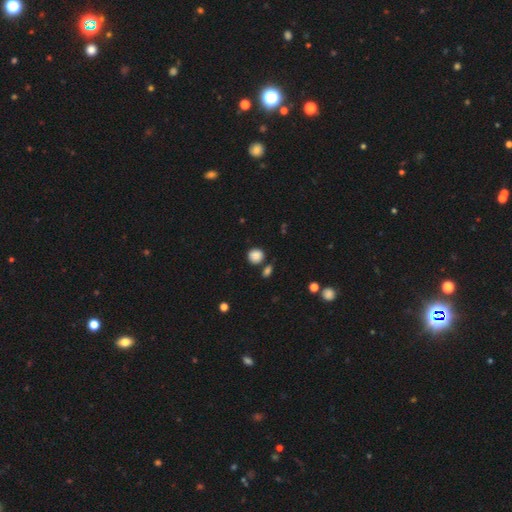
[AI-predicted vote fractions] Smooth or featured: smooth — 86% (star or artifact — 10%)
How rounded: round — 85% (in between — 14%)
Merging: none — 77% (minor disturbance — 11%)